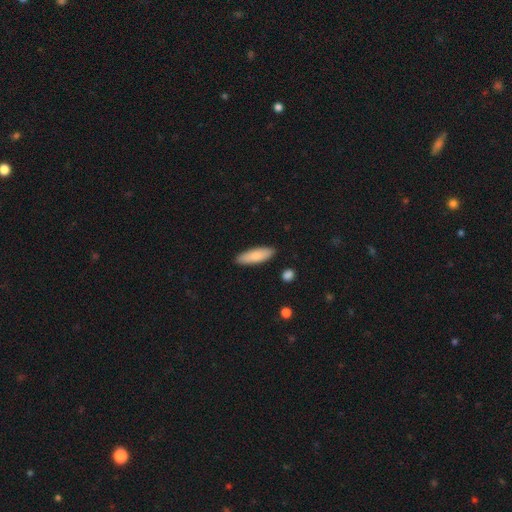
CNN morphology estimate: Smooth or featured: smooth — 82% (featured or disk — 12%)
How rounded: in between — 52% (cigar-shaped — 46%)
Merging: none — 89% (minor disturbance — 8%)